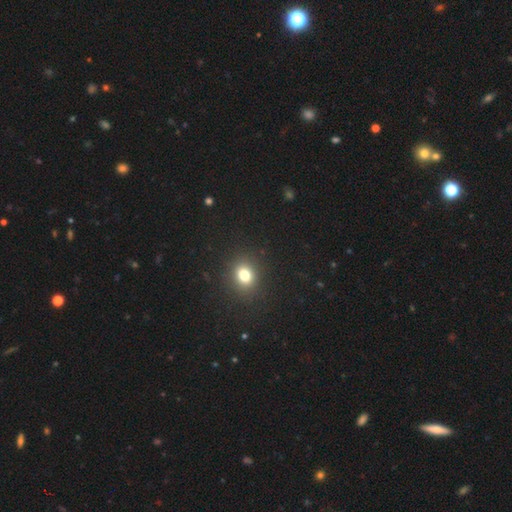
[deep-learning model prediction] smooth-or-featured: smooth: 62% | star or artifact: 32% | featured or disk: 6%
  how-rounded: round: 83% | in between: 16% | cigar-shaped: 1%
  merging: none: 92% | minor disturbance: 5% | major disturbance: 2% | merger: 1%